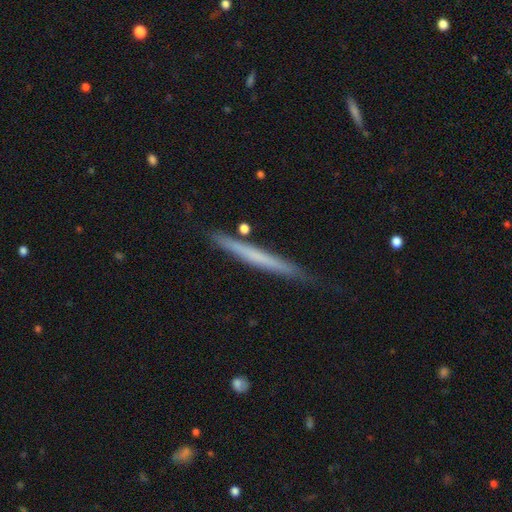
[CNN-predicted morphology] type=smooth (51%); roundness=cigar-shaped (97%); merging=none (81%).